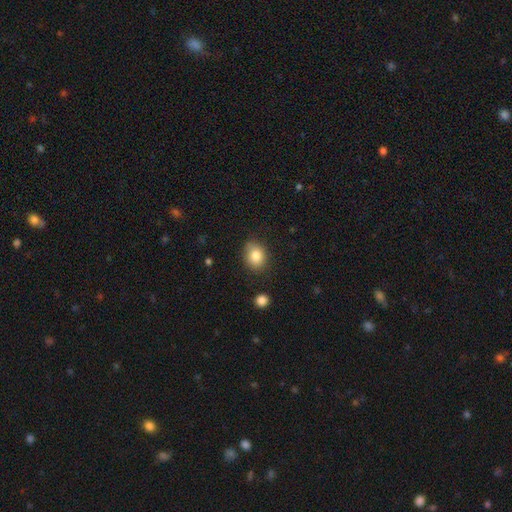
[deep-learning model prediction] Morphology: type=smooth (83%); roundness=in between (50%); merging=none (79%).